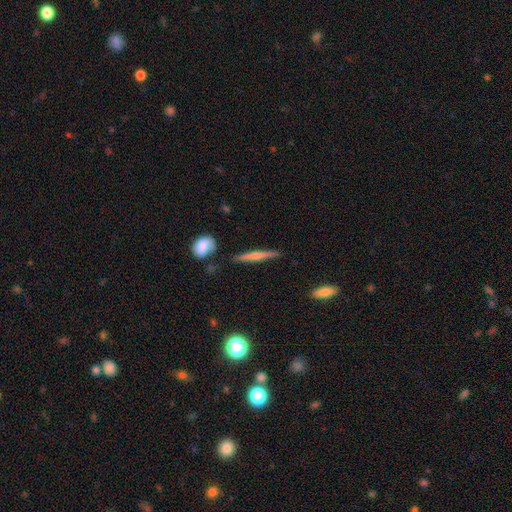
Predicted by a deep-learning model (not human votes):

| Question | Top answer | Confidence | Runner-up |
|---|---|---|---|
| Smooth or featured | featured or disk | 50% | smooth (44%) |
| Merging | none | 84% | minor disturbance (11%) |